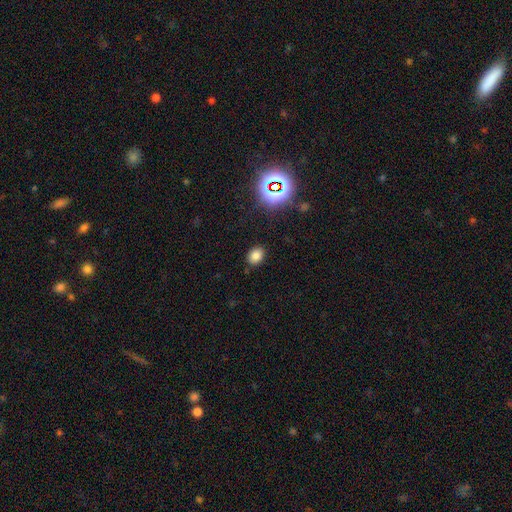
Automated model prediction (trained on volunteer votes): Overall: smooth (77%). How rounded: in between (60%; round 39%). Merging: none (86%).